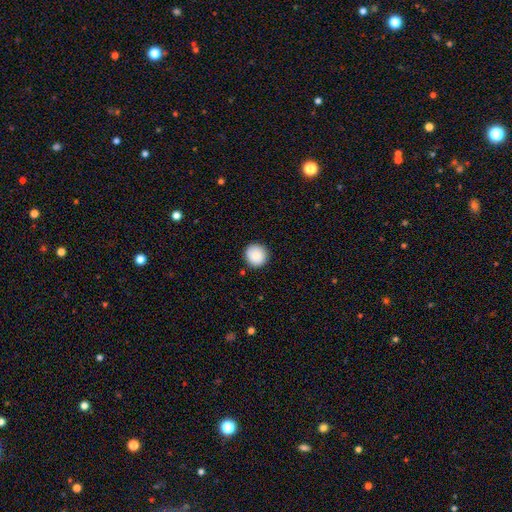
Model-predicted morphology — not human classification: Smooth or featured? smooth (85%)
How rounded? round (93%)
Merging? none (90%)